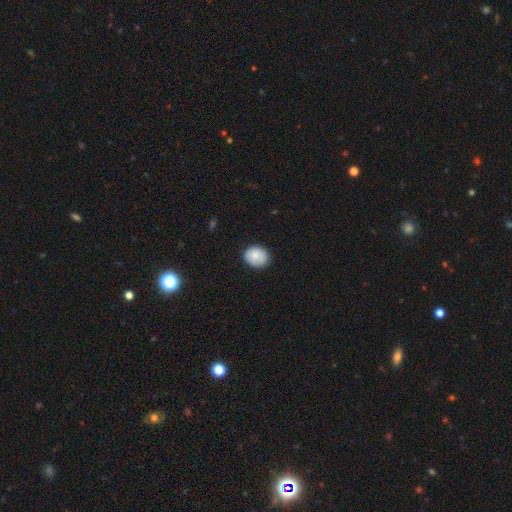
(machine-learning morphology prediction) The model was most divided on "how rounded": round: 70%, in between: 29%, cigar-shaped: 1%. More confident: merging — none (85%); smooth or featured — smooth (84%).